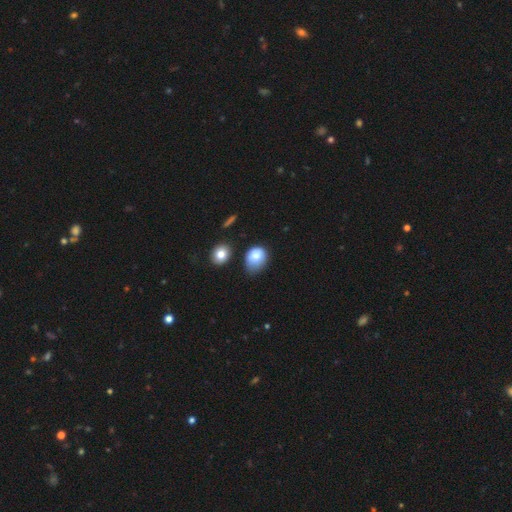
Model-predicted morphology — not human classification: Q: Smooth or featured?
A: smooth (80%); runner-up: featured or disk (11%)
Q: How rounded?
A: in between (56%); runner-up: round (43%)
Q: Merging?
A: minor disturbance (42%); runner-up: none (37%)